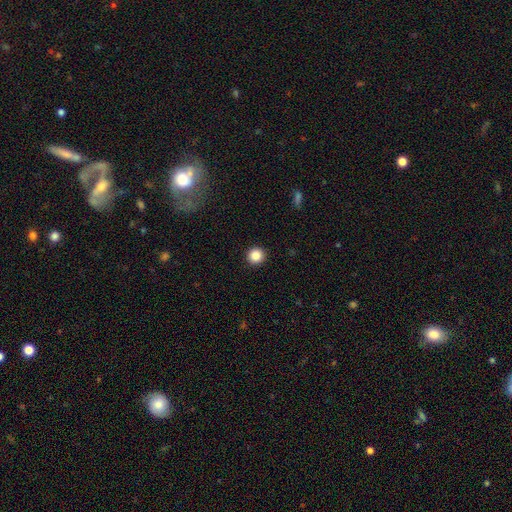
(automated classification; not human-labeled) The model was most divided on "smooth or featured": smooth: 86%, star or artifact: 10%, featured or disk: 4%. More confident: how rounded — round (95%); merging — none (93%).